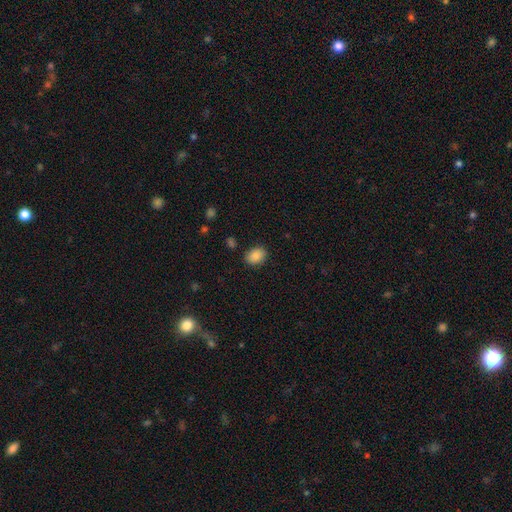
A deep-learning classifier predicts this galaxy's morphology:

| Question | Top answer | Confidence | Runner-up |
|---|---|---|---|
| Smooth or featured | smooth | 86% | star or artifact (8%) |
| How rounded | in between | 68% | round (31%) |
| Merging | none | 85% | minor disturbance (10%) |